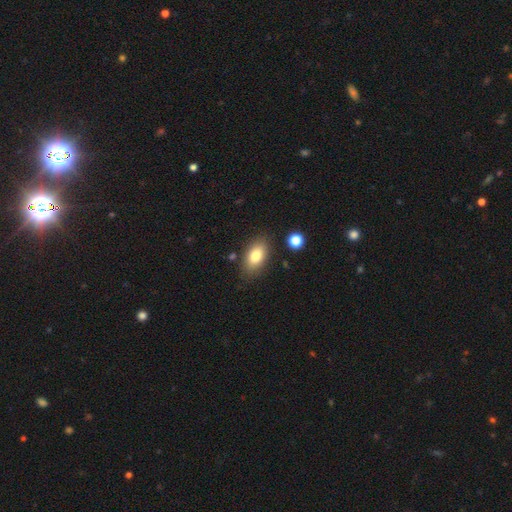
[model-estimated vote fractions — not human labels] Smooth or featured? smooth (81%)
How rounded? in between (90%)
Merging? none (82%)